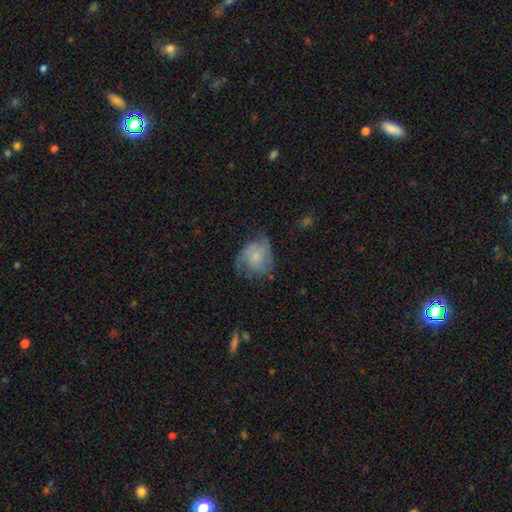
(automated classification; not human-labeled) smooth-or-featured: smooth: 48% | featured or disk: 43% | star or artifact: 8%
  merging: none: 46% | minor disturbance: 32% | major disturbance: 20% | merger: 2%